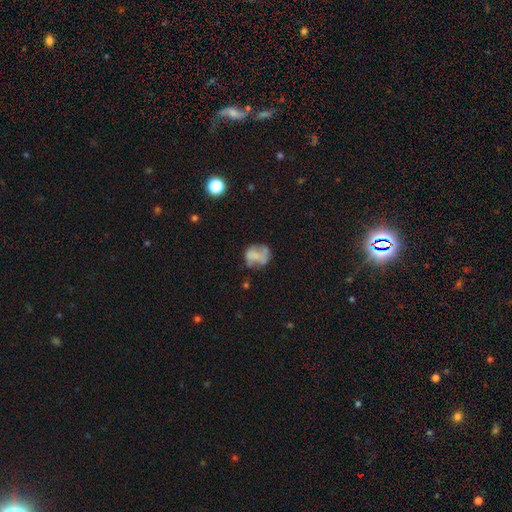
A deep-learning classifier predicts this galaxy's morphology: Smooth or featured: smooth — 55% (featured or disk — 35%)
How rounded: round — 59% (in between — 39%)
Merging: none — 45% (minor disturbance — 28%)